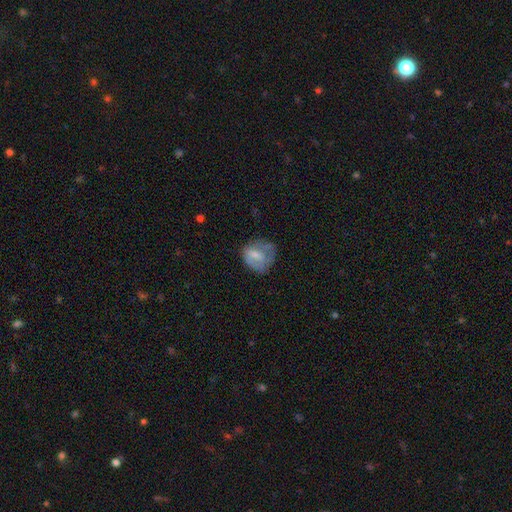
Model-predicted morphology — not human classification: Smooth or featured? smooth (58%)
How rounded? round (62%)
Merging? none (43%)